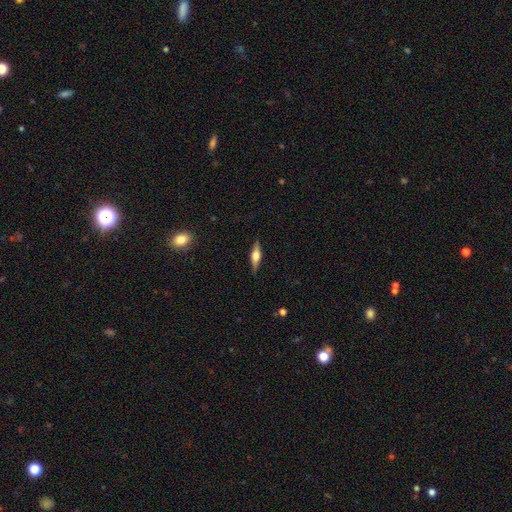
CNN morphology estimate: A featured or disk galaxy (59%) viewed edge-on (96%) with a rounded central bulge (88%).

Vote fractions:
- Smooth or featured? featured or disk: 59% / smooth: 35% / star or artifact: 6%
- Edge-on disk? yes: 96% / no: 4%
- Edge-on bulge? rounded: 88% / boxy: 10% / none: 2%
- Merging? none: 87% / minor disturbance: 10% / major disturbance: 2% / merger: 1%